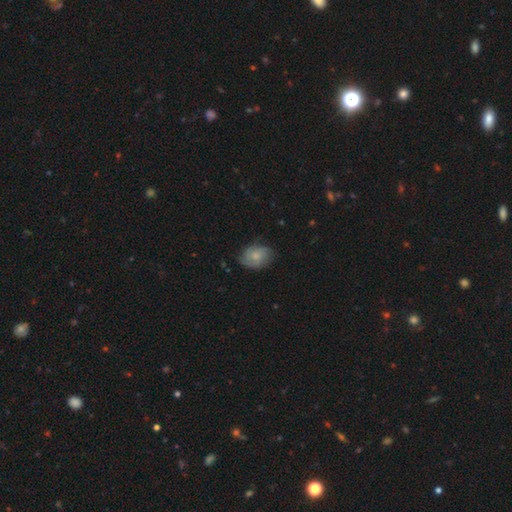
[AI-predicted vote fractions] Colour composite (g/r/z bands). It shows a smooth galaxy with no disk features (53%) that is in between round and cigar-shaped (64%). Merging: none (67%).